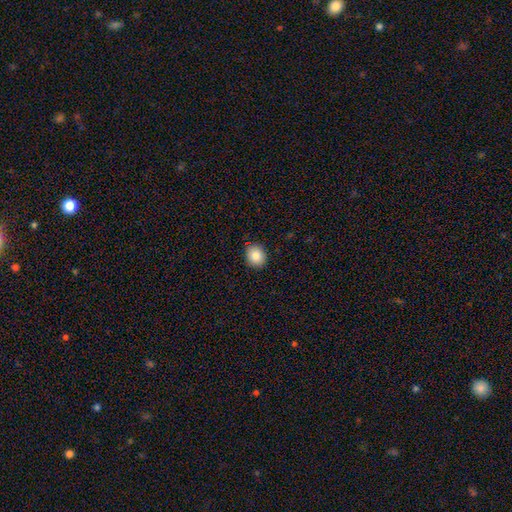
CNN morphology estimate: Smooth or featured?
  - smooth: 86% *
  - star or artifact: 9%
  - featured or disk: 5%
How rounded?
  - round: 69% *
  - in between: 30%
  - cigar-shaped: 1%
Merging?
  - none: 89% *
  - minor disturbance: 8%
  - major disturbance: 2%
  - merger: 1%